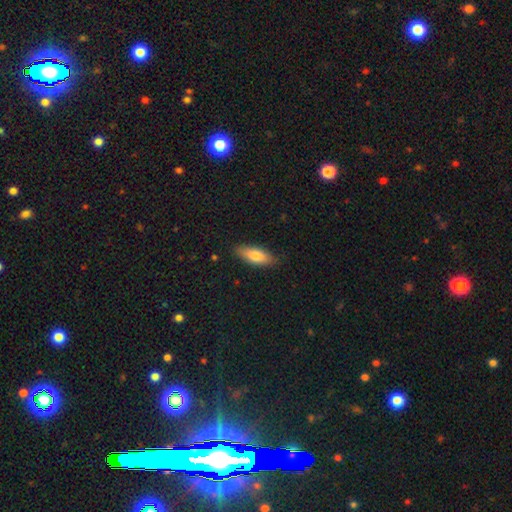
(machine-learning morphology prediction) Smooth or featured? Predicted: smooth (p=0.75). How rounded? Predicted: in between (p=0.71). Merging? Predicted: none (p=0.84).